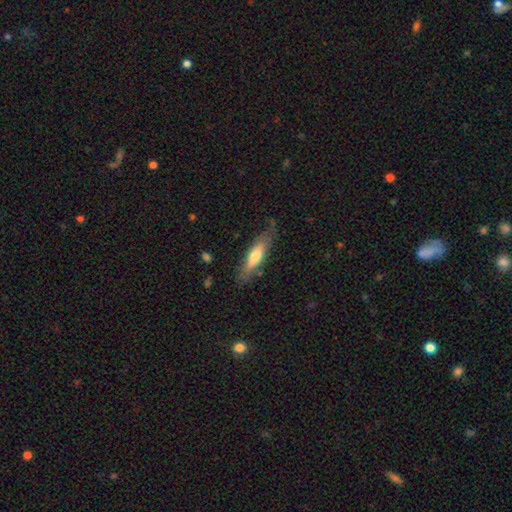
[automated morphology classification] smooth-or-featured: smooth: 58% | featured or disk: 36% | star or artifact: 6%
  how-rounded: cigar-shaped: 61% | in between: 37% | round: 2%
  merging: none: 70% | minor disturbance: 21% | major disturbance: 7% | merger: 2%